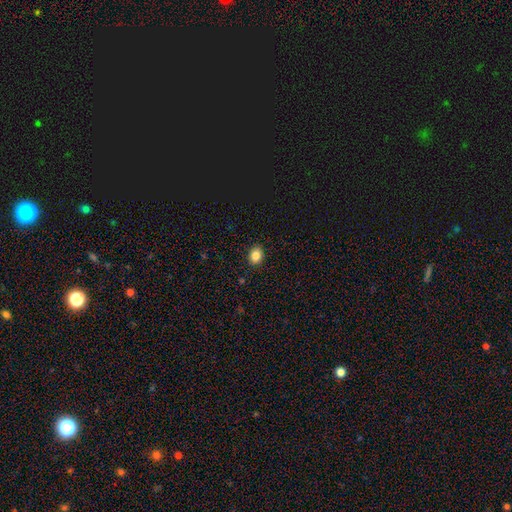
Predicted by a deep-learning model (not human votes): The model was most divided on "how rounded": in between: 55%, round: 45%, cigar-shaped: 1%. More confident: merging — none (90%); smooth or featured — smooth (85%).